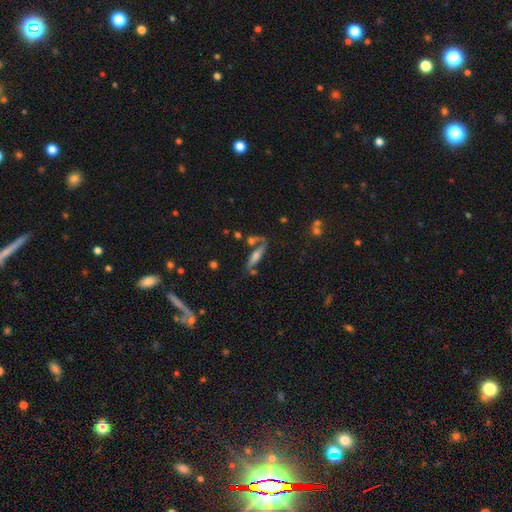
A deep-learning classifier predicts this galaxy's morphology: smooth_or_featured: featured or disk (p=0.56) [alt: smooth p=0.32]
disk_edge_on: yes (p=0.59) [alt: no p=0.41]
merging: none (p=0.57) [alt: minor disturbance p=0.18]